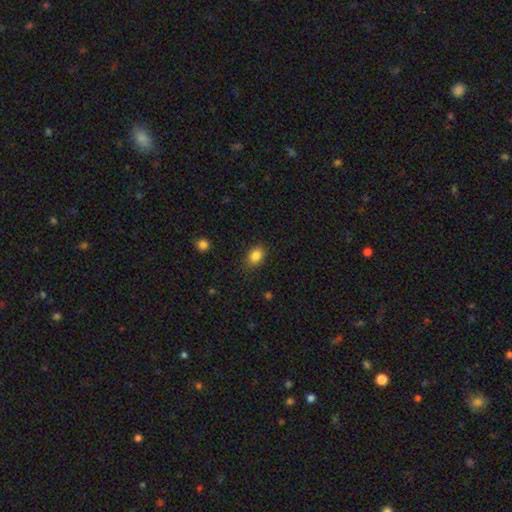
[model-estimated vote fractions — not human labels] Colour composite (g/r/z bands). It shows a smooth galaxy with no disk features (86%) that is in between round and cigar-shaped (74%). Merging: none (84%).